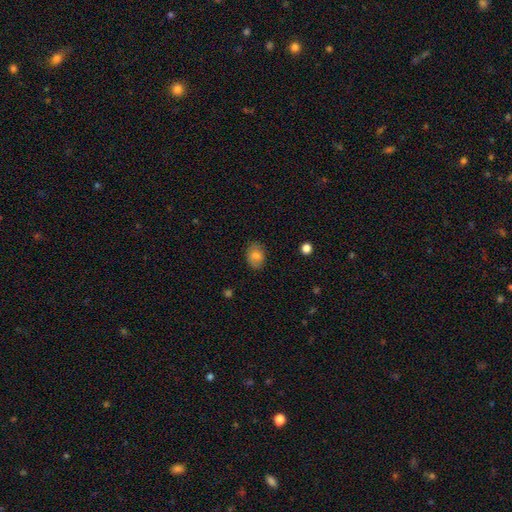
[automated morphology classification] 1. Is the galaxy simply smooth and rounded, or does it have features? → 81% smooth, 11% featured or disk, 9% star or artifact.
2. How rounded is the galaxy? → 71% in between, 27% round, 1% cigar-shaped.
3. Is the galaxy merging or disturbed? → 84% none, 12% minor disturbance, 3% major disturbance, 1% merger.